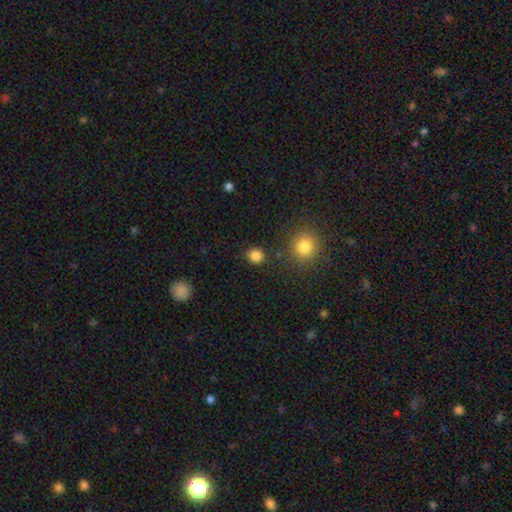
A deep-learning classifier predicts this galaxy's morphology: The model was most divided on "how rounded": round: 84%, in between: 15%, cigar-shaped: 1%. More confident: merging — none (87%); smooth or featured — smooth (84%).